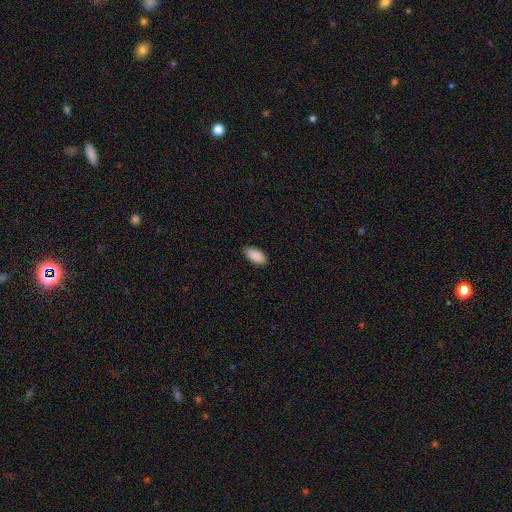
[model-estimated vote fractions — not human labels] A smooth galaxy with no disk features (91%) that is in between round and cigar-shaped (93%). Merging: none (87%).